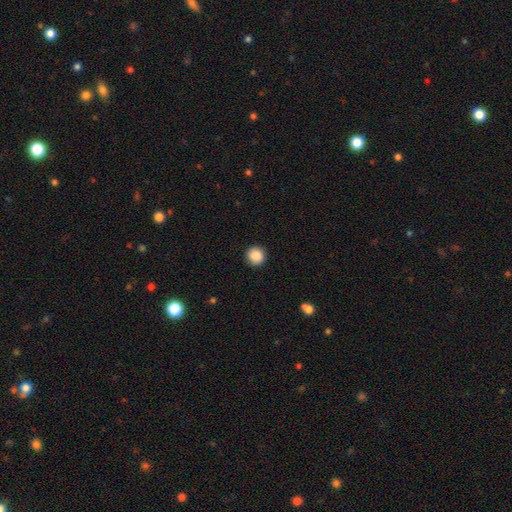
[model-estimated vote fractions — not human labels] This is clearly a smooth galaxy (88%). How rounded: clearly round (94%). Merging: clearly none (91%).